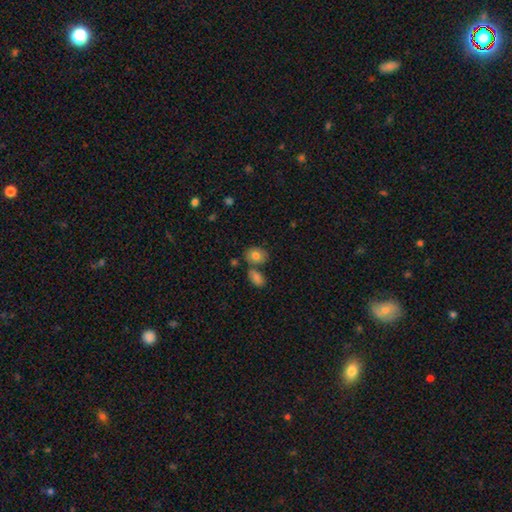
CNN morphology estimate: Smooth or featured? smooth (48%)
Merging? none (57%)